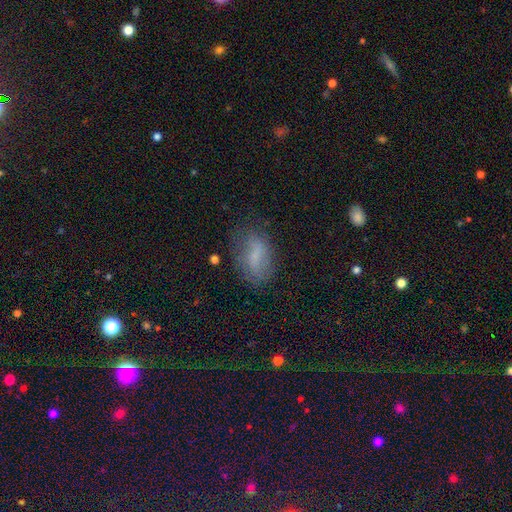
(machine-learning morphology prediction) smooth 60%, featured or disk 29%, star or artifact 12%. Down the decision tree: how rounded — in between (87%); merging — none (63%).